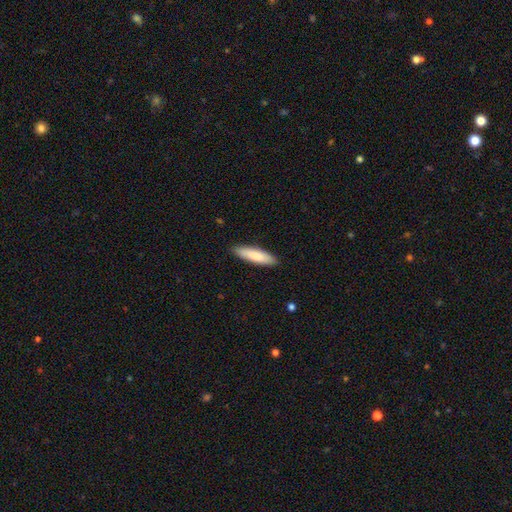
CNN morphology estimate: smooth-or-featured: smooth: 84% | featured or disk: 11% | star or artifact: 5%
  how-rounded: cigar-shaped: 64% | in between: 34% | round: 1%
  merging: none: 89% | minor disturbance: 8% | major disturbance: 2% | merger: 1%